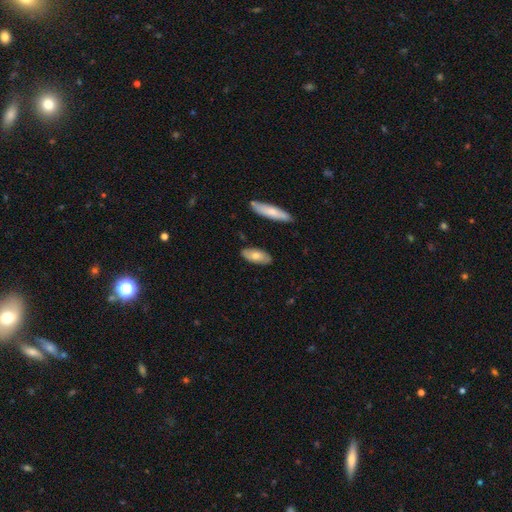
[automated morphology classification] Smooth or featured? smooth (67%)
How rounded? in between (83%)
Merging? none (83%)